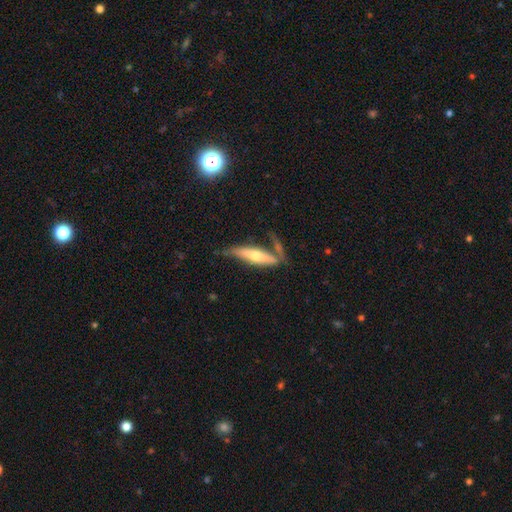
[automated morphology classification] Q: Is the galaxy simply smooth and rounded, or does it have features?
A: featured or disk — 53%.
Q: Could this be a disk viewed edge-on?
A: yes — 79%.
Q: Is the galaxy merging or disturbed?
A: none — 51%.